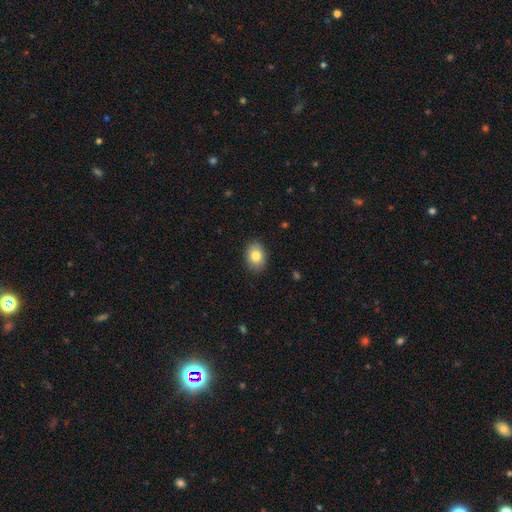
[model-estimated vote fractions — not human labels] Smooth or featured: smooth — 83% (featured or disk — 10%)
How rounded: in between — 76% (round — 23%)
Merging: none — 88% (minor disturbance — 9%)